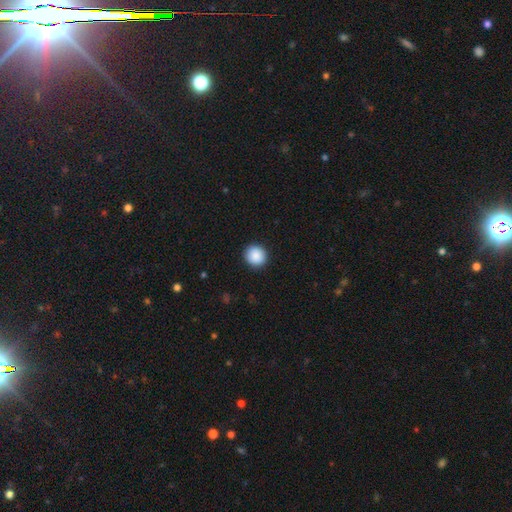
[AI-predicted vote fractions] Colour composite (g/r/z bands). It shows a smooth galaxy with no disk features (89%) that is round (91%). Merging: none (92%).